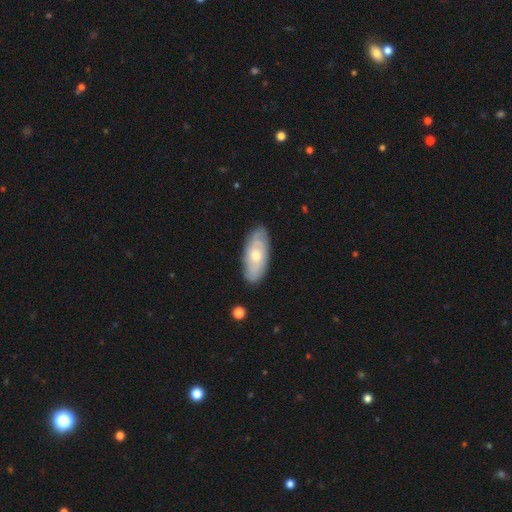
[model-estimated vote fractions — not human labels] Smooth or featured: featured or disk — 57% (smooth — 37%)
Edge-on disk: no — 86% (yes — 14%)
Merging: none — 84% (minor disturbance — 12%)